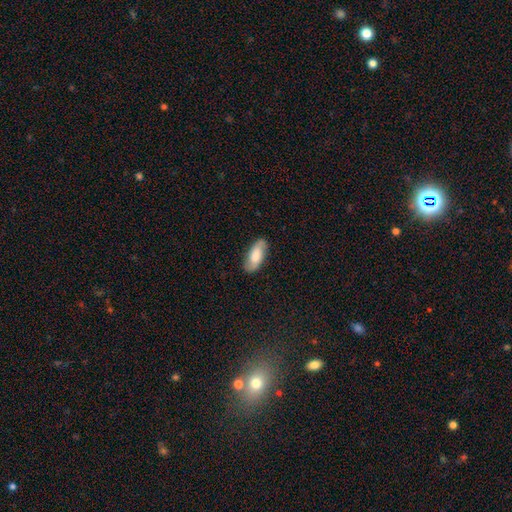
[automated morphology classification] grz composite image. It shows a smooth galaxy with no disk features (68%) that is in between round and cigar-shaped (84%). Merging: none (84%).